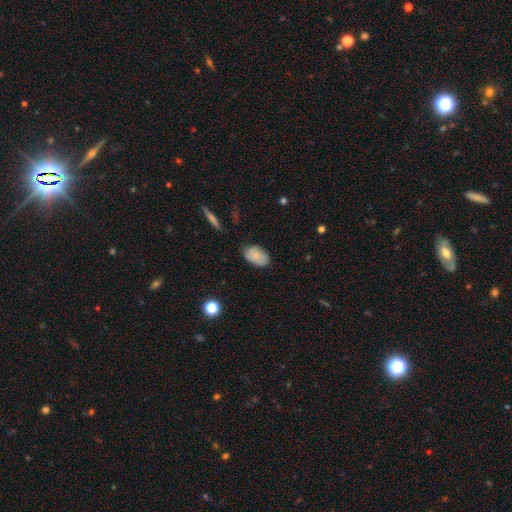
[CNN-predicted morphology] smooth-or-featured: smooth: 75% | featured or disk: 17% | star or artifact: 8%
  how-rounded: in between: 90% | round: 9% | cigar-shaped: 1%
  merging: none: 74% | minor disturbance: 20% | major disturbance: 4% | merger: 2%